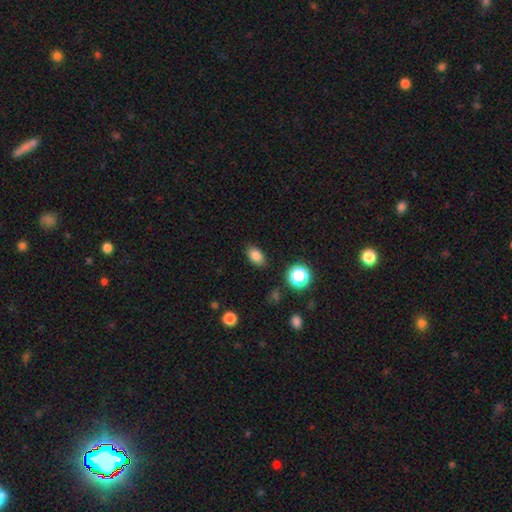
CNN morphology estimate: This is clearly a smooth galaxy (83%). How rounded: clearly in between (84%). Merging: clearly none (85%).